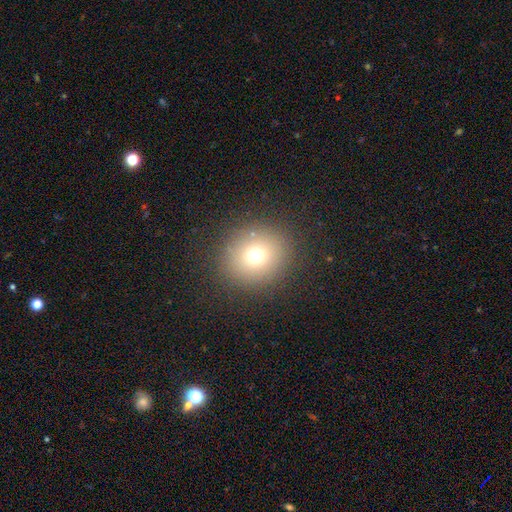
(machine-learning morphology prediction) The model was most divided on "smooth or featured": smooth: 71%, star or artifact: 18%, featured or disk: 11%. More confident: merging — none (88%); how rounded — round (84%).